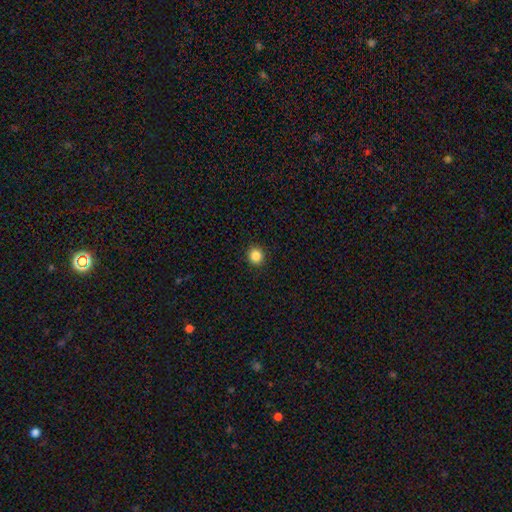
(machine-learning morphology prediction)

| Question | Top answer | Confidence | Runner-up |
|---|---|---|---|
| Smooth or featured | smooth | 85% | star or artifact (11%) |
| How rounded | round | 91% | in between (8%) |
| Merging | none | 92% | minor disturbance (5%) |